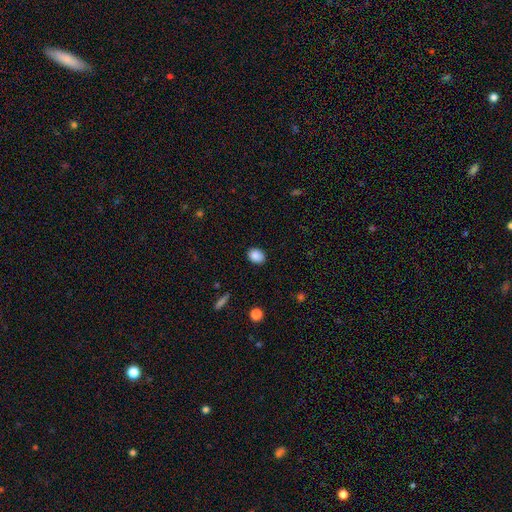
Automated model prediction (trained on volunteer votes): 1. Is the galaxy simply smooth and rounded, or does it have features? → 87% smooth, 9% star or artifact, 4% featured or disk.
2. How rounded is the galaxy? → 57% in between, 42% round, 1% cigar-shaped.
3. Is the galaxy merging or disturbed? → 87% none, 9% minor disturbance, 2% major disturbance, 1% merger.